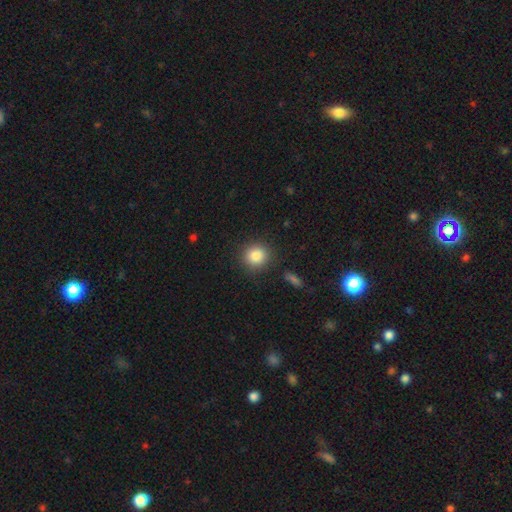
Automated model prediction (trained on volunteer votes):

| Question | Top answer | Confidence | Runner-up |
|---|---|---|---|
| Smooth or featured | smooth | 85% | star or artifact (10%) |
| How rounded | round | 90% | in between (9%) |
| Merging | none | 88% | minor disturbance (8%) |